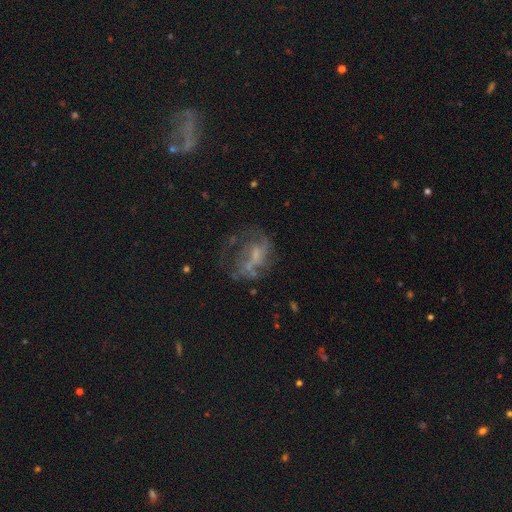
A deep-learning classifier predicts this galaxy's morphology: Smooth or featured? featured or disk (68%)
Edge-on disk? no (97%)
Bar? no (50%)
Spiral arms? yes (62%)
Bulge size? small (48%)
Merging? none (41%)